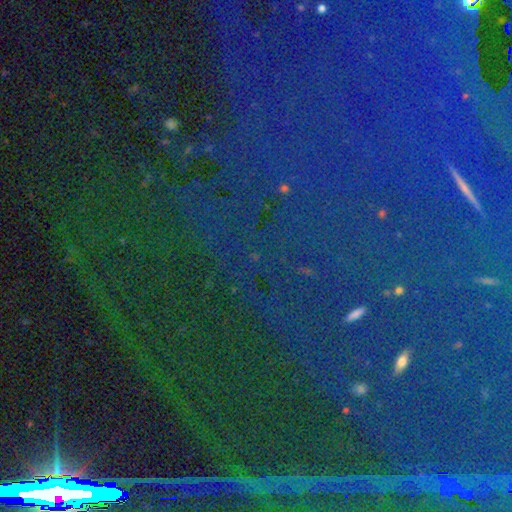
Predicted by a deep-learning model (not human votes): Morphology: type=star or artifact (86%).